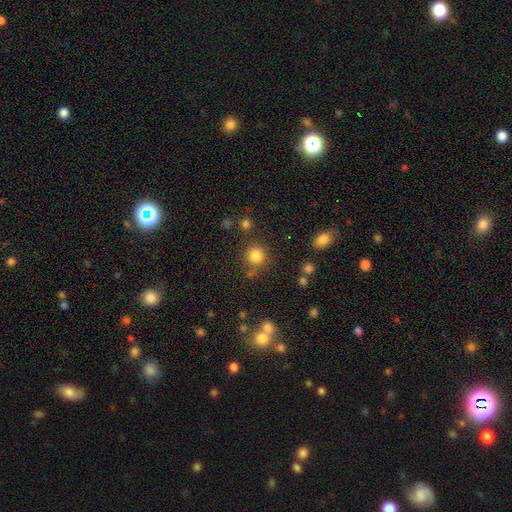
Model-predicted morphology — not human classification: smooth-or-featured: smooth: 82% | star or artifact: 13% | featured or disk: 5%
  how-rounded: round: 92% | in between: 7% | cigar-shaped: 1%
  merging: none: 80% | minor disturbance: 9% | merger: 7% | major disturbance: 4%